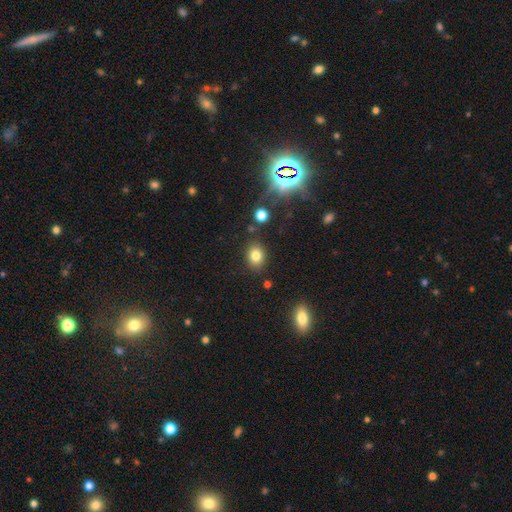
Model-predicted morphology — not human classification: The model was most divided on "how rounded": in between: 50%, round: 49%, cigar-shaped: 1%. More confident: merging — none (84%); smooth or featured — smooth (79%).